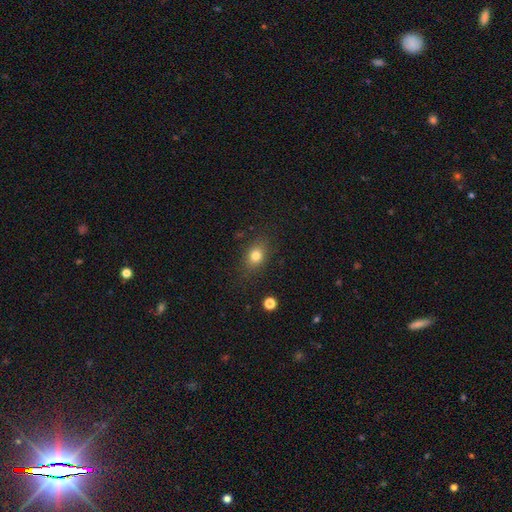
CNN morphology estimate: A smooth galaxy with no disk features (79%) that is in between round and cigar-shaped (63%).

Vote fractions:
- Smooth or featured? smooth: 79% / star or artifact: 11% / featured or disk: 9%
- How rounded? in between: 63% / round: 35% / cigar-shaped: 2%
- Merging? none: 81% / minor disturbance: 13% / major disturbance: 4% / merger: 2%